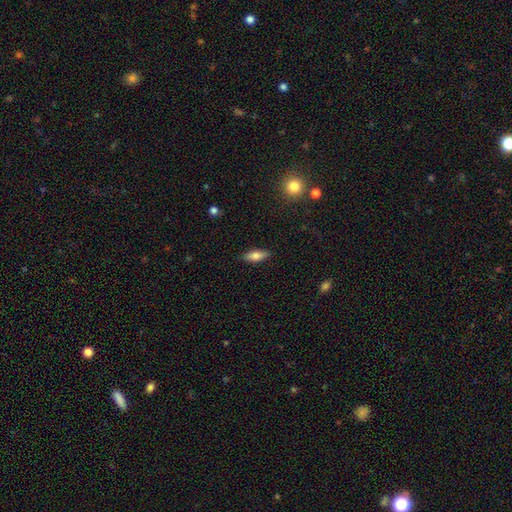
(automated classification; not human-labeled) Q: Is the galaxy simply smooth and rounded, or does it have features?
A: smooth — 73%.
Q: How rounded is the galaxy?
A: in between — 68%.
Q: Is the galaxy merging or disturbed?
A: none — 87%.